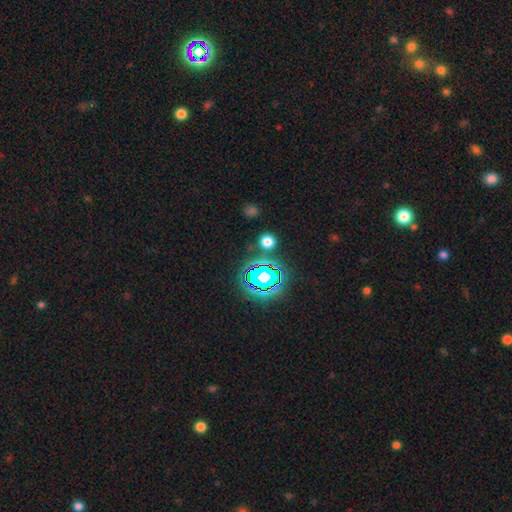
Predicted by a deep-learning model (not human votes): A star or artifact, not a galaxy (80%).

Vote fractions:
- Smooth or featured? star or artifact: 80% / smooth: 13% / featured or disk: 7%